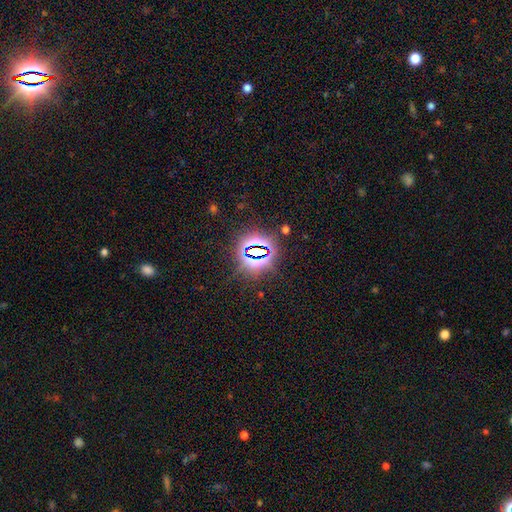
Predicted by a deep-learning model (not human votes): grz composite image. It shows a star or artifact, not a galaxy (79%).